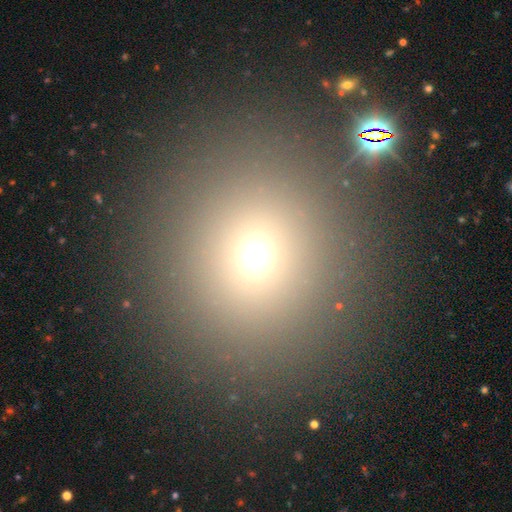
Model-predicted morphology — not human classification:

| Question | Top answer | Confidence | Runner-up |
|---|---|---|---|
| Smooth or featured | smooth | 66% | star or artifact (25%) |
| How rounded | round | 87% | in between (12%) |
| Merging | none | 86% | minor disturbance (6%) |